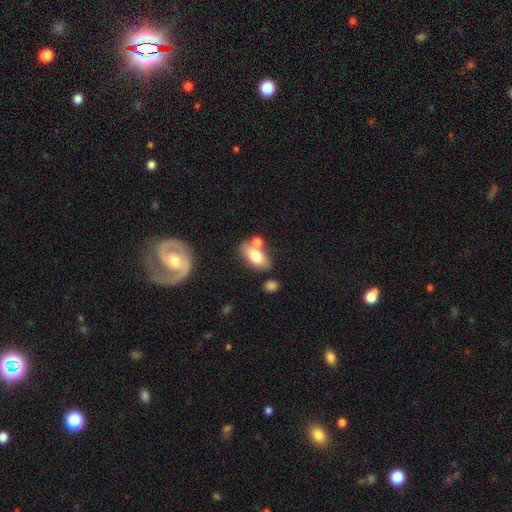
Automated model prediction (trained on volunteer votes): Morphology: type=smooth (72%); roundness=in between (88%); merging=none (57%).